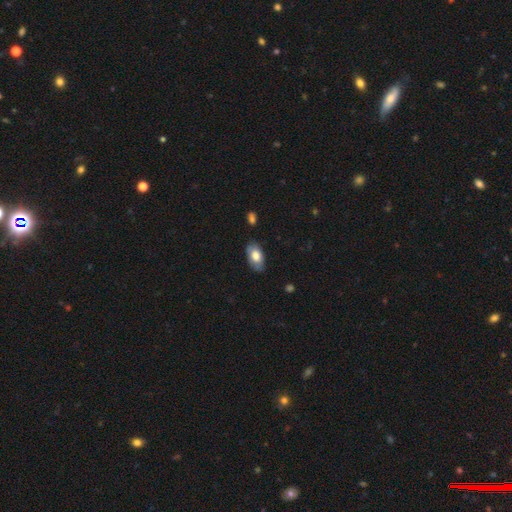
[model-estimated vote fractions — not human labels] smooth 74%, featured or disk 20%, star or artifact 6%. Down the decision tree: how rounded — in between (94%); merging — none (80%).